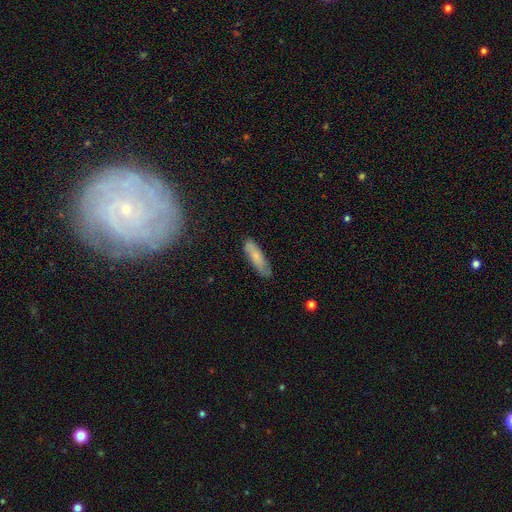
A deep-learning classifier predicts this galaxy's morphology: type=smooth (69%); roundness=cigar-shaped (62%); merging=none (78%).